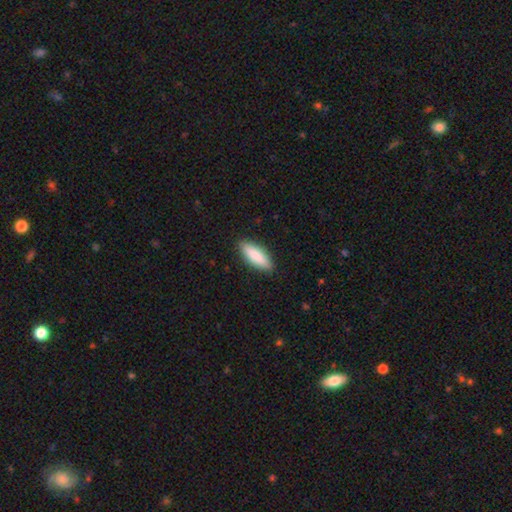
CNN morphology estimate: smooth_or_featured: smooth (p=0.85) [alt: featured or disk p=0.10]
how_rounded: in between (p=0.59) [alt: cigar-shaped p=0.39]
merging: none (p=0.88) [alt: minor disturbance p=0.09]